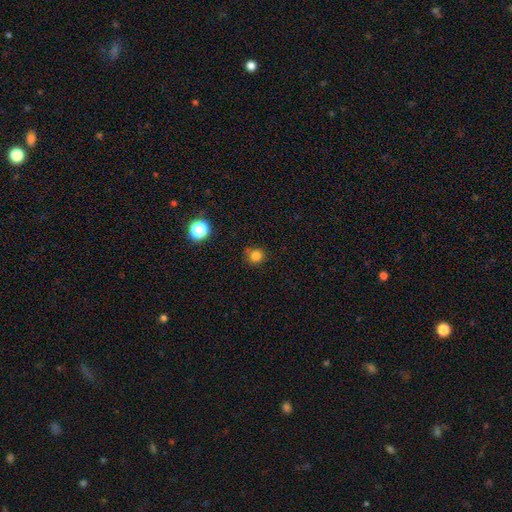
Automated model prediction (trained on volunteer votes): The model was most divided on "merging": none: 79%, minor disturbance: 16%, major disturbance: 3%, merger: 2%. More confident: how rounded — round (91%); smooth or featured — smooth (81%).